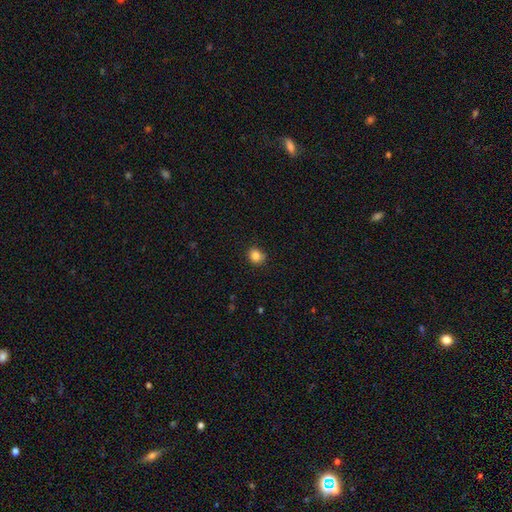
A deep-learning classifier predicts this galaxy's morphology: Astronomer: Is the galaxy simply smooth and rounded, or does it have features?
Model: smooth — 85%.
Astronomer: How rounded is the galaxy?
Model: round — 78%.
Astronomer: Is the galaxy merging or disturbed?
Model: none — 84%.